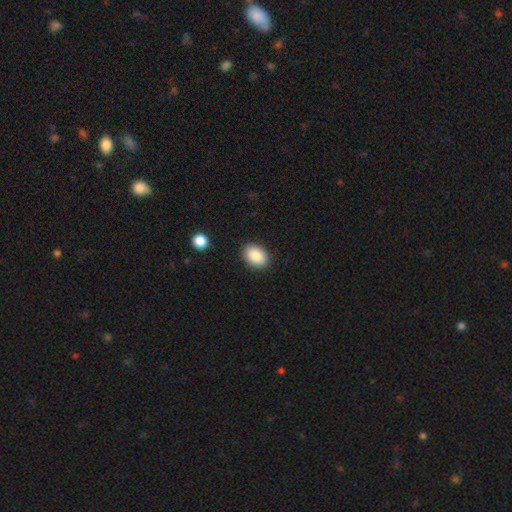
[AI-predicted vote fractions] This appears to be a smooth galaxy with no disk features (90%) that is in between round and cigar-shaped (81%). Merging: none (88%).